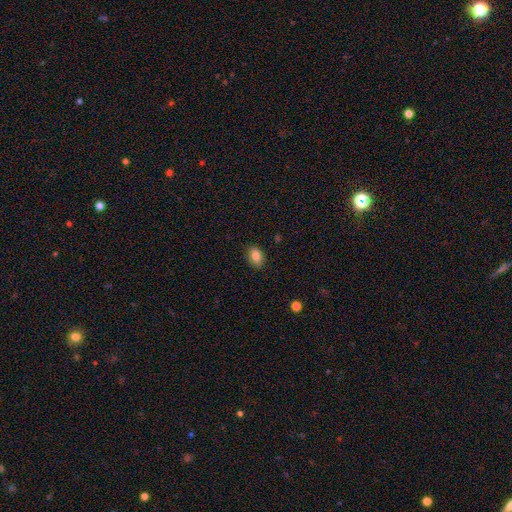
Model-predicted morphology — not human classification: smooth_or_featured: smooth (p=0.85) [alt: star or artifact p=0.09]
how_rounded: in between (p=0.80) [alt: round p=0.19]
merging: none (p=0.85) [alt: minor disturbance p=0.12]